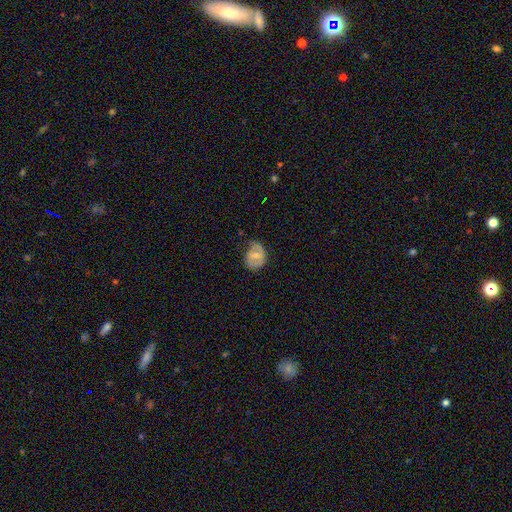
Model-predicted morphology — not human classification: Smooth or featured? smooth (48%)
Merging? none (47%)